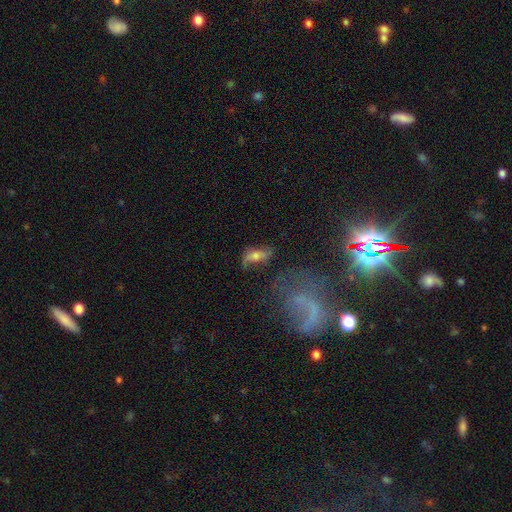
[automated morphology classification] Overall: featured or disk (52%; smooth 36%). Edge-on disk: no (83%). Merging: none (53%; minor disturbance 24%).